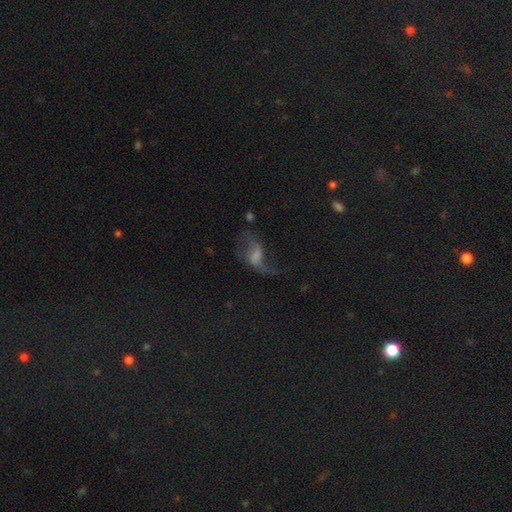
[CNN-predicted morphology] Smooth or featured? Predicted: featured or disk (p=0.65). Edge-on disk? Predicted: no (p=0.95). Bar? Predicted: weak (p=0.47). Spiral arms? Predicted: yes (p=0.83). Spiral winding? Predicted: loose (p=0.85). Spiral arm count? Predicted: 2 (p=0.81). Bulge size? Predicted: none (p=0.39). Merging? Predicted: none (p=0.45).